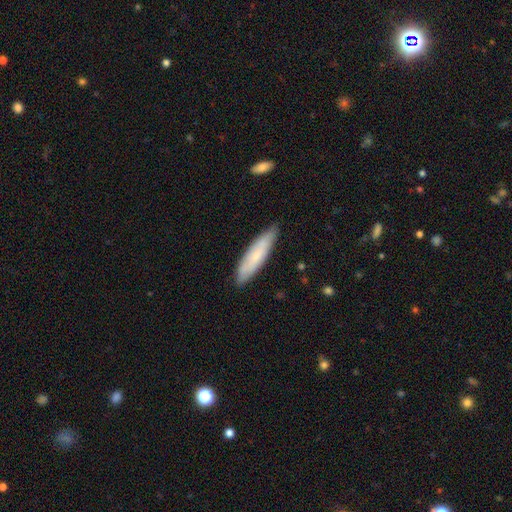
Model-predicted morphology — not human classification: Q: Smooth or featured?
A: smooth (70%); runner-up: featured or disk (24%)
Q: How rounded?
A: cigar-shaped (73%); runner-up: in between (25%)
Q: Merging?
A: none (85%); runner-up: minor disturbance (12%)